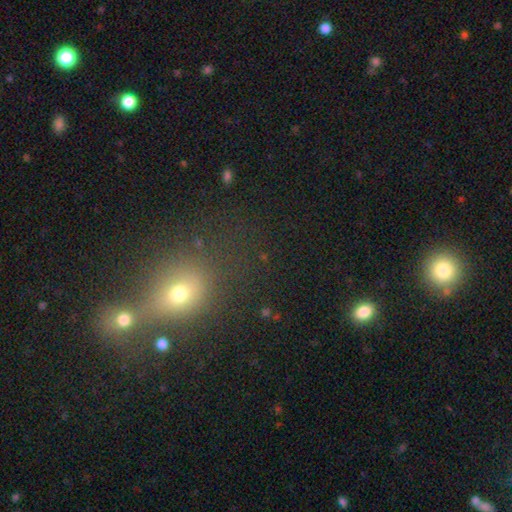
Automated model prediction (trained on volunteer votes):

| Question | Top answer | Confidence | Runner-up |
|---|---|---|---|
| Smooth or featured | smooth | 56% | star or artifact (32%) |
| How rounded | round | 56% | in between (41%) |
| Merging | none | 54% | merger (24%) |